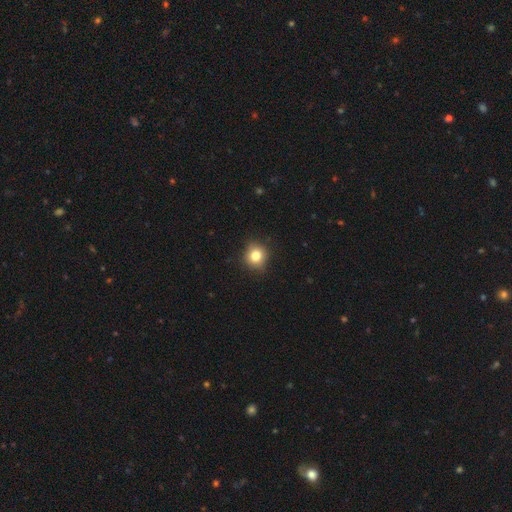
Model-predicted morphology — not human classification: Smooth or featured? Predicted: smooth (p=0.81). How rounded? Predicted: round (p=0.87). Merging? Predicted: none (p=0.87).